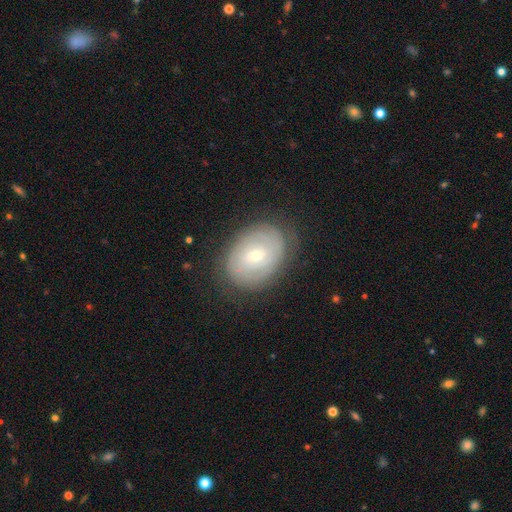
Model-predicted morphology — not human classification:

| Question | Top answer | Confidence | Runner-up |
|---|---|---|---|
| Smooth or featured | featured or disk | 72% | smooth (21%) |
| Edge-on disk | no | 96% | yes (4%) |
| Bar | no | 53% | weak (37%) |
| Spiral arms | yes | 83% | no (17%) |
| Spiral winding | tight | 79% | medium (16%) |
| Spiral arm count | can't tell | 48% | 2 (28%) |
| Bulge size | small | 66% | moderate (31%) |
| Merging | none | 81% | minor disturbance (14%) |